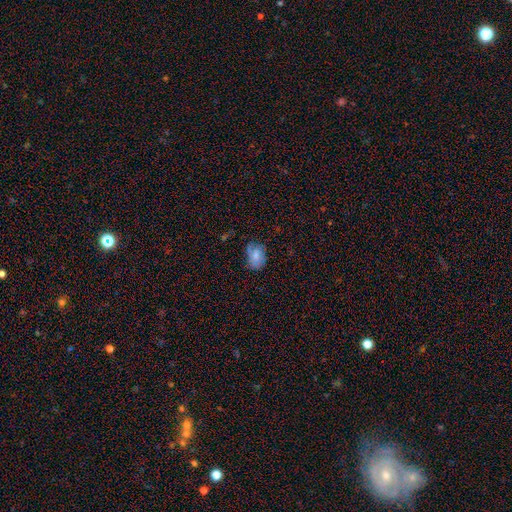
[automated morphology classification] A smooth galaxy with no disk features (67%) that is in between round and cigar-shaped (77%).

Vote fractions:
- Smooth or featured? smooth: 67% / featured or disk: 21% / star or artifact: 12%
- How rounded? in between: 77% / round: 21% / cigar-shaped: 1%
- Merging? none: 61% / minor disturbance: 28% / major disturbance: 10% / merger: 2%